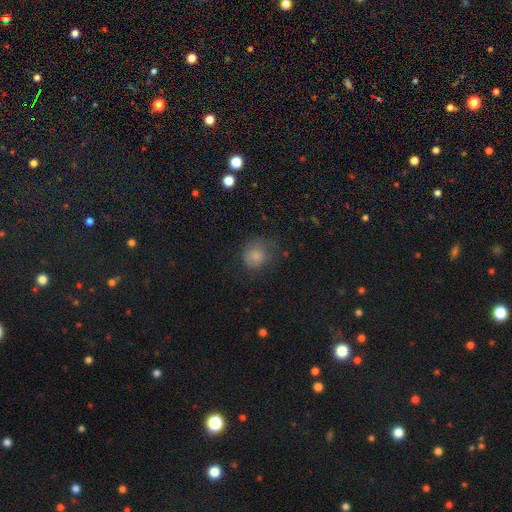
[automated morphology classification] smooth_or_featured: smooth (p=0.79) [alt: star or artifact p=0.11]
how_rounded: round (p=0.77) [alt: in between p=0.22]
merging: none (p=0.55) [alt: minor disturbance p=0.26]